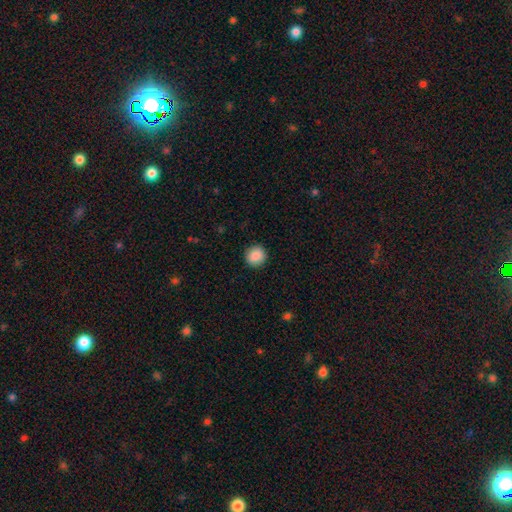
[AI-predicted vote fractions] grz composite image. It shows a smooth galaxy with no disk features (88%) that is round (93%). Merging: none (92%).